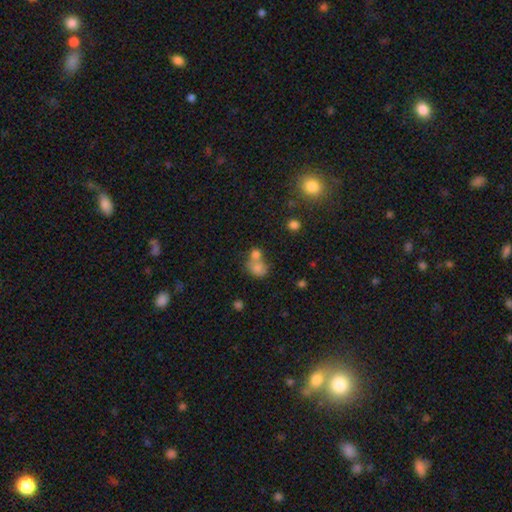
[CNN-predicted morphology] A smooth galaxy with no disk features (76%) that is round (63%).

Vote fractions:
- Smooth or featured? smooth: 76% / star or artifact: 13% / featured or disk: 12%
- How rounded? round: 63% / in between: 36% / cigar-shaped: 1%
- Merging? merger: 53% / none: 33% / minor disturbance: 9% / major disturbance: 5%